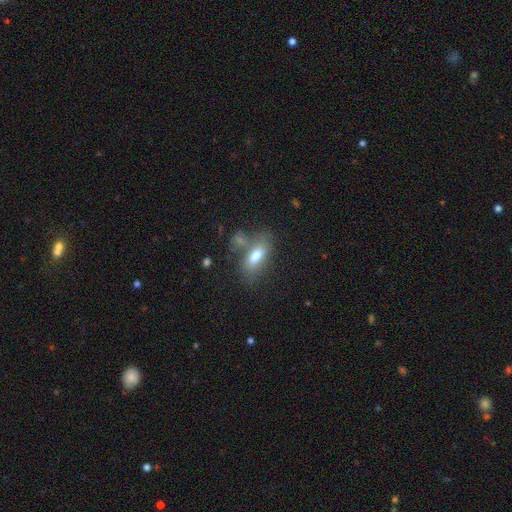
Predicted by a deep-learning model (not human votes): This appears to be a smooth galaxy with no disk features (73%) that is in between round and cigar-shaped (82%). Merging: none (54%).